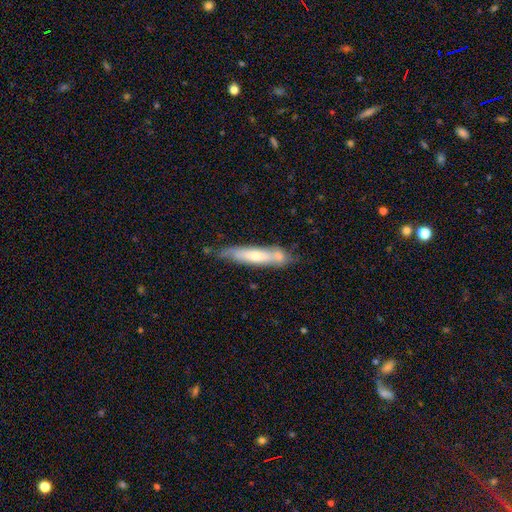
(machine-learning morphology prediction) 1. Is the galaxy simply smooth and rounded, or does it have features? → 51% smooth, 44% featured or disk, 6% star or artifact.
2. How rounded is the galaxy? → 86% cigar-shaped, 13% in between, 1% round.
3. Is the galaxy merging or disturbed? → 55% none, 22% minor disturbance, 18% merger, 5% major disturbance.